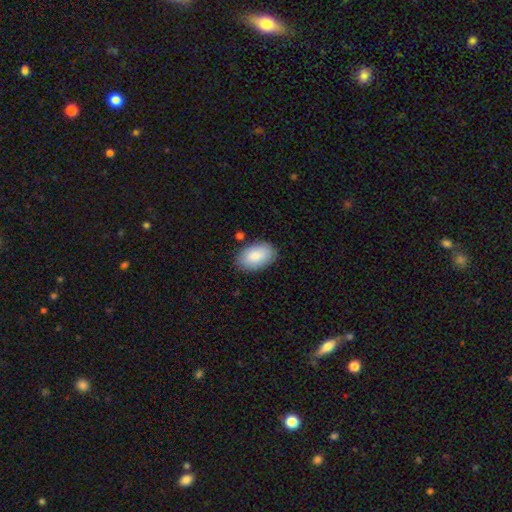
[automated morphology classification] Smooth or featured: smooth — 86% (featured or disk — 8%)
How rounded: in between — 93% (round — 6%)
Merging: none — 84% (minor disturbance — 12%)